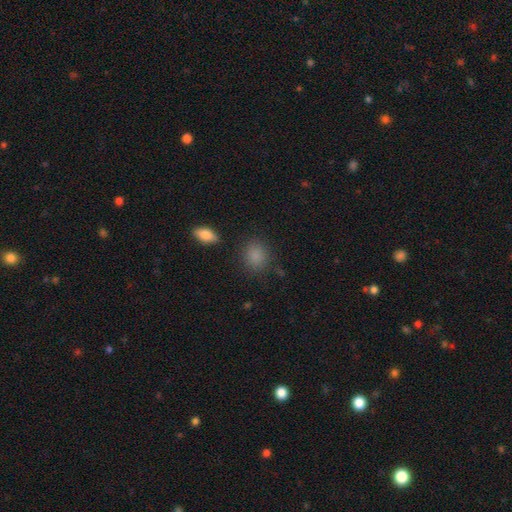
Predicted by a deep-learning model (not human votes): This is clearly a smooth galaxy (85%). How rounded: likely round (68%). Merging: clearly none (82%).